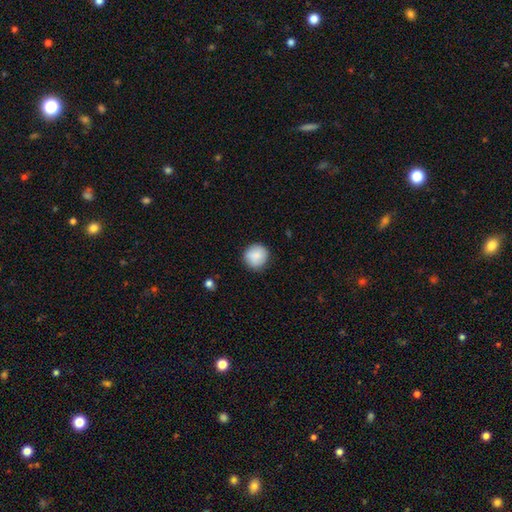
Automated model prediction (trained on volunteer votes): Overall: smooth (87%). How rounded: round (92%). Merging: none (88%).